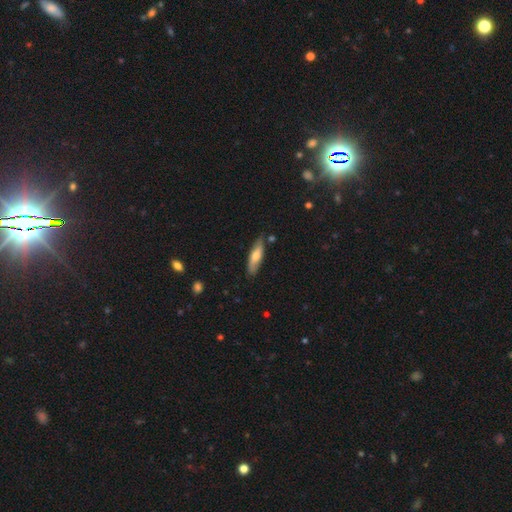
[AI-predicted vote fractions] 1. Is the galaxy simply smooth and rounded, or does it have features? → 61% smooth, 33% featured or disk, 6% star or artifact.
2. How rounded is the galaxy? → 59% cigar-shaped, 39% in between, 2% round.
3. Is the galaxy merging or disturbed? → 77% none, 17% minor disturbance, 3% major disturbance, 3% merger.